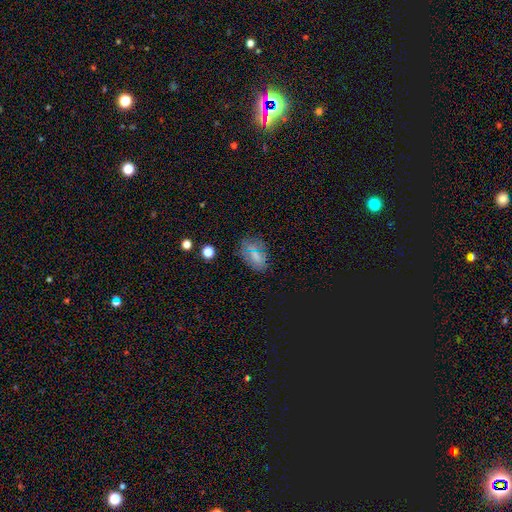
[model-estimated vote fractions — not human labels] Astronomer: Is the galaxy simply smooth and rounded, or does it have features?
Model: smooth — 62%.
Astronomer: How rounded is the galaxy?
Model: in between — 84%.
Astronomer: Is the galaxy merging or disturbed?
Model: none — 76%.